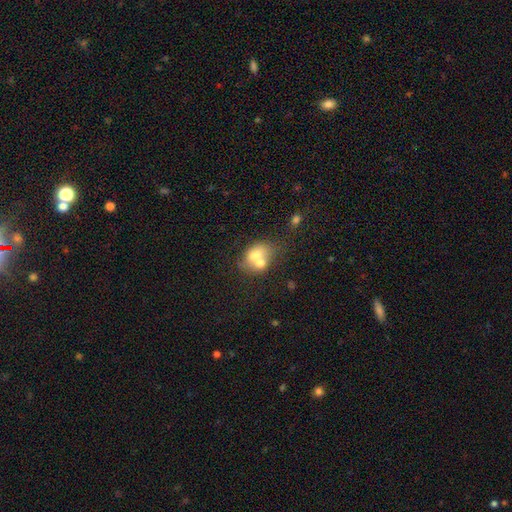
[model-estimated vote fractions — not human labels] Morphology: type=smooth (65%); roundness=in between (52%); merging=merger (60%).